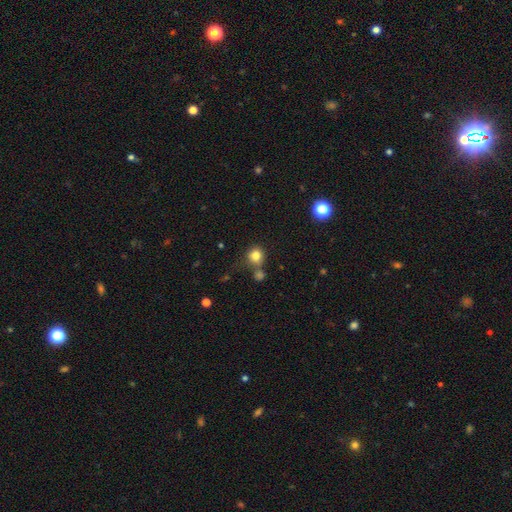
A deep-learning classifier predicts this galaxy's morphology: Smooth or featured?
  - smooth: 81% *
  - star or artifact: 12%
  - featured or disk: 7%
How rounded?
  - round: 88% *
  - in between: 11%
  - cigar-shaped: 1%
Merging?
  - none: 65% *
  - merger: 17%
  - minor disturbance: 13%
  - major disturbance: 5%